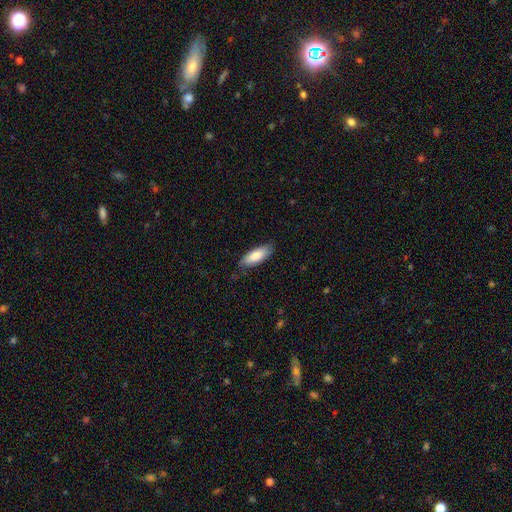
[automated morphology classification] Smooth or featured? Predicted: smooth (p=0.84). How rounded? Predicted: in between (p=0.72). Merging? Predicted: none (p=0.80).